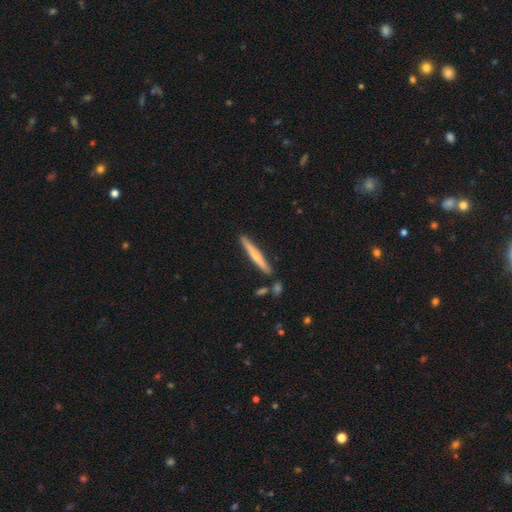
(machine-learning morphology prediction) Smooth or featured? Predicted: smooth (p=0.56). How rounded? Predicted: cigar-shaped (p=0.96). Merging? Predicted: none (p=0.85).